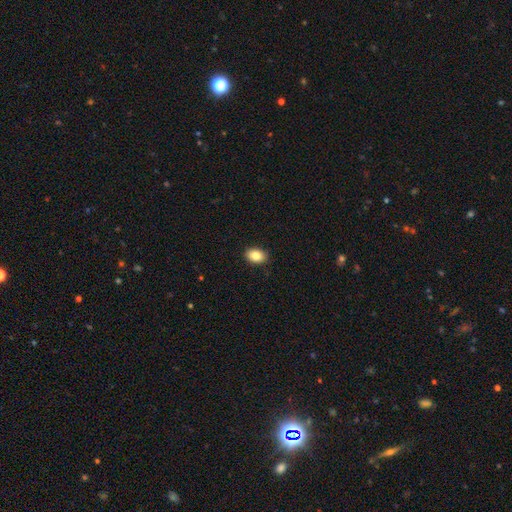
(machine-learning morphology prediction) smooth-or-featured: smooth: 86% | star or artifact: 8% | featured or disk: 6%
  how-rounded: in between: 80% | round: 19% | cigar-shaped: 1%
  merging: none: 89% | minor disturbance: 8% | major disturbance: 2% | merger: 1%